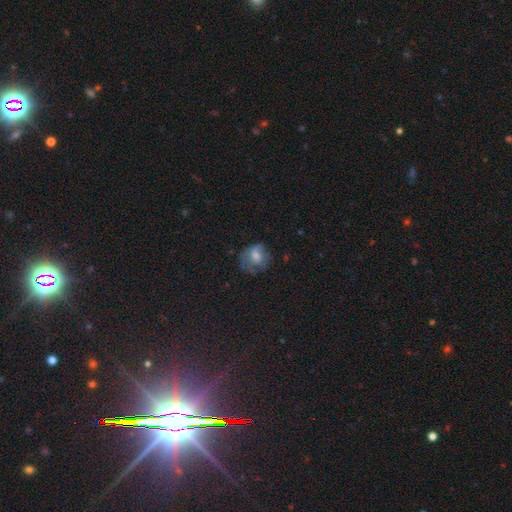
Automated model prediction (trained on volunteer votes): A smooth galaxy with no disk features (56%) that is round (70%). Merging: none (52%).